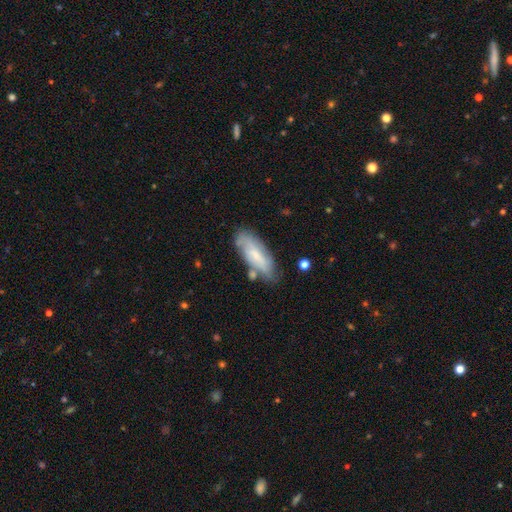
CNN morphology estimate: A smooth galaxy with no disk features (53%) that is in between round and cigar-shaped (67%).

Vote fractions:
- Smooth or featured? smooth: 53% / featured or disk: 40% / star or artifact: 7%
- How rounded? in between: 67% / cigar-shaped: 31% / round: 2%
- Merging? none: 67% / minor disturbance: 21% / merger: 6% / major disturbance: 6%